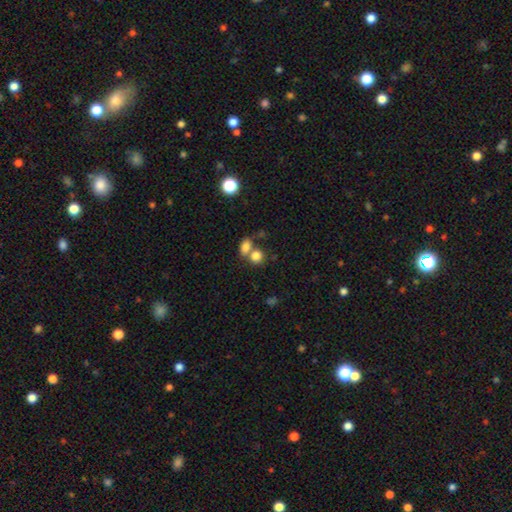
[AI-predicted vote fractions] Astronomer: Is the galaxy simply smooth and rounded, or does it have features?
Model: smooth — 81%.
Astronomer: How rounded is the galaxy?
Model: round — 62% (runner-up: in between, 37%).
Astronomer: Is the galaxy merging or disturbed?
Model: merger — 47% (runner-up: none, 41%).